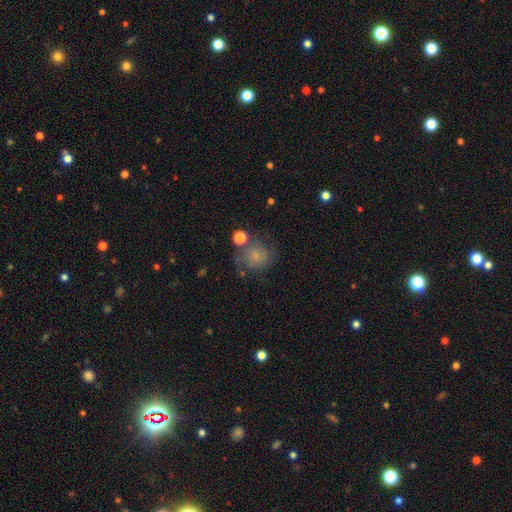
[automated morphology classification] The model was most divided on "merging": none: 57%, minor disturbance: 20%, major disturbance: 12%, merger: 10%. More confident: how rounded — round (84%); smooth or featured — smooth (70%).